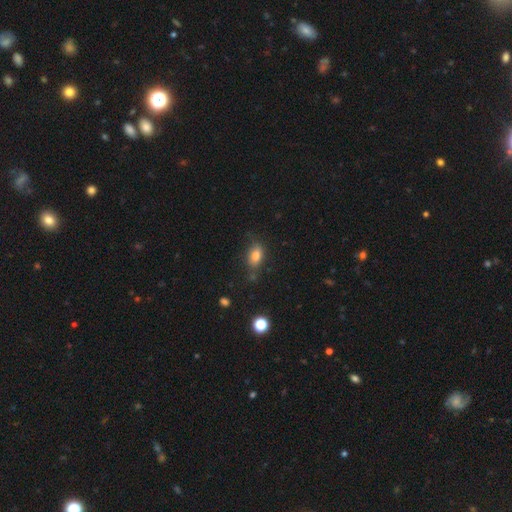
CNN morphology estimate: A smooth galaxy with no disk features (80%) that is in between round and cigar-shaped (85%).

Vote fractions:
- Smooth or featured? smooth: 80% / featured or disk: 10% / star or artifact: 10%
- How rounded? in between: 85% / round: 12% / cigar-shaped: 4%
- Merging? none: 72% / minor disturbance: 19% / major disturbance: 5% / merger: 4%